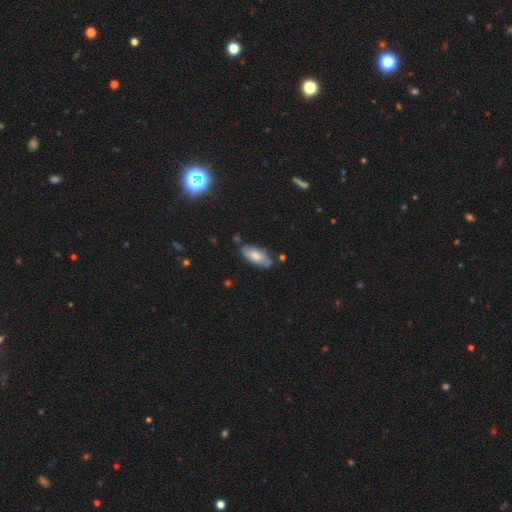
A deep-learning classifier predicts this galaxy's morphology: The model was most divided on "smooth or featured": smooth: 63%, featured or disk: 30%, star or artifact: 7%. More confident: how rounded — in between (86%); merging — none (73%).